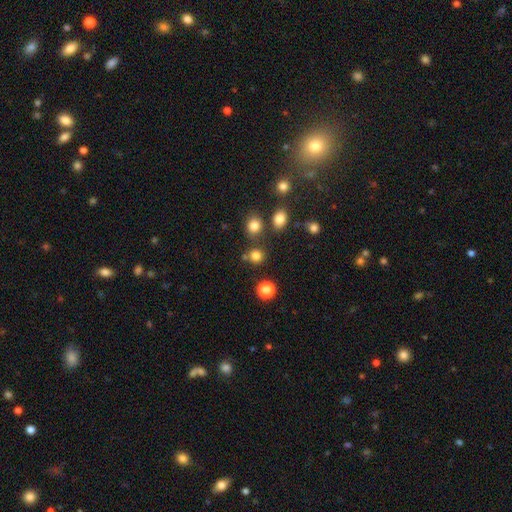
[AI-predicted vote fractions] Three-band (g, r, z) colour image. It shows a smooth galaxy with no disk features (79%) that is round (87%). Merging: none (76%).